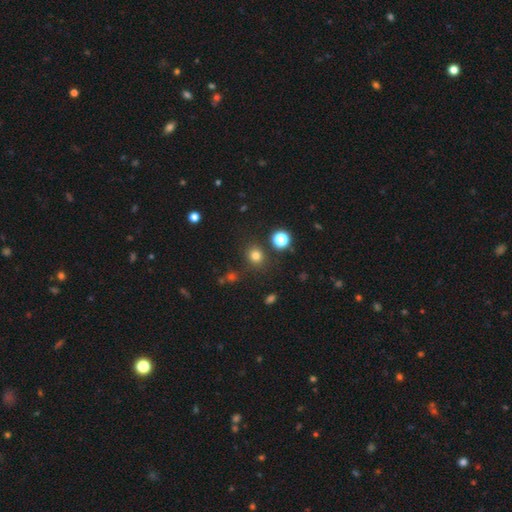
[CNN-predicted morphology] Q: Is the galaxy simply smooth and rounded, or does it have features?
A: smooth — 76%.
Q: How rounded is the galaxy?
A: round — 79%.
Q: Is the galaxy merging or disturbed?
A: none — 82%.